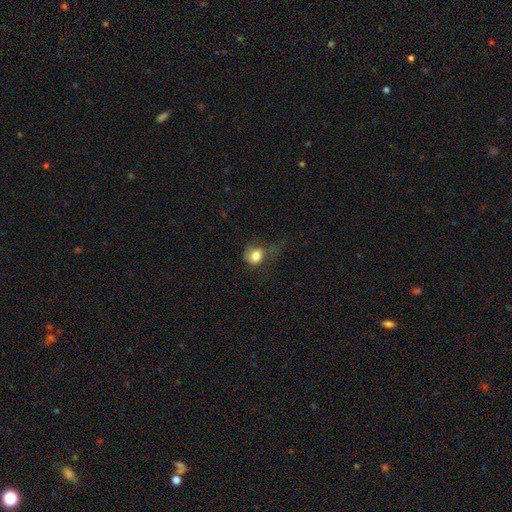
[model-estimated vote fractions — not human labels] Morphology: type=smooth (76%); roundness=round (58%); merging=major disturbance (43%).